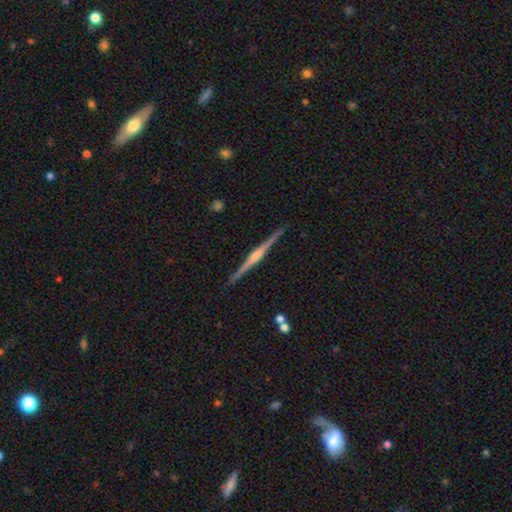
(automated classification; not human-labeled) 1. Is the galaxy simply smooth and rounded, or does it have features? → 84% featured or disk, 10% smooth, 6% star or artifact.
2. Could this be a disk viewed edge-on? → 99% yes, 1% no.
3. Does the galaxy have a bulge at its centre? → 78% rounded, 11% none, 11% boxy.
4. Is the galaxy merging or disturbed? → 92% none, 6% minor disturbance, 1% major disturbance, 1% merger.